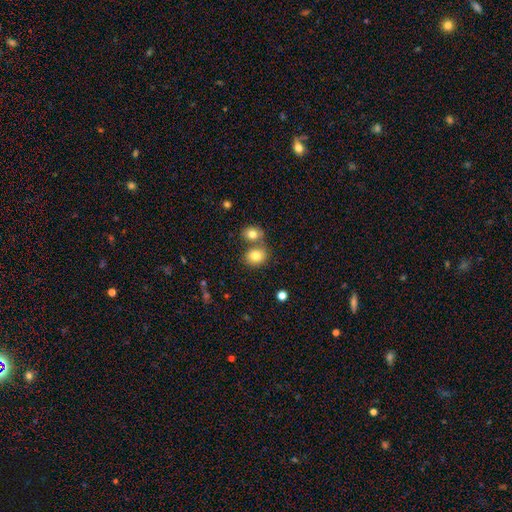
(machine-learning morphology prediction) type=smooth (81%); roundness=round (56%); merging=none (55%).